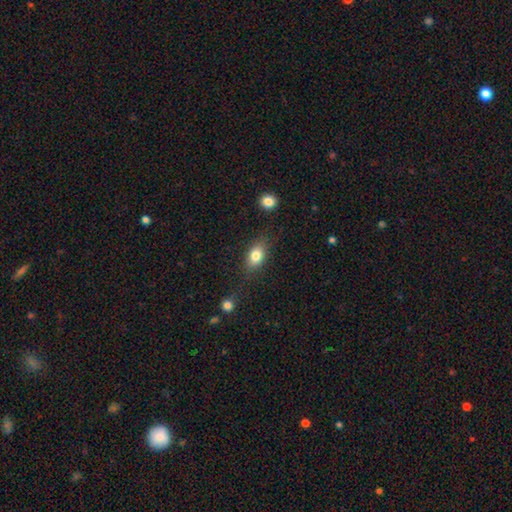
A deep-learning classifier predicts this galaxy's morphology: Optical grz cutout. It shows a smooth galaxy with no disk features (80%) that is in between round and cigar-shaped (77%). Merging: none (74%).